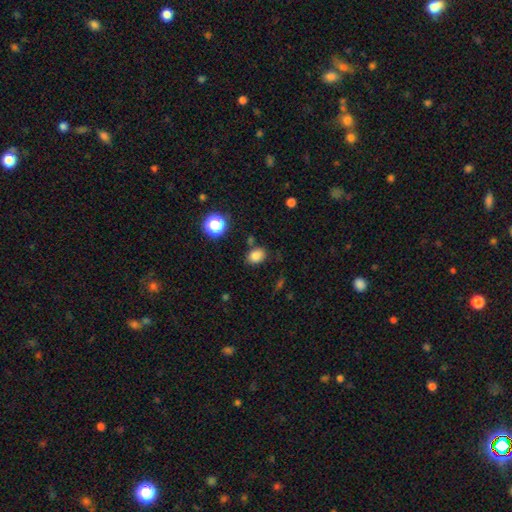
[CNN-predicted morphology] This appears to be a smooth galaxy with no disk features (82%) that is in between round and cigar-shaped (66%). Merging: none (76%).